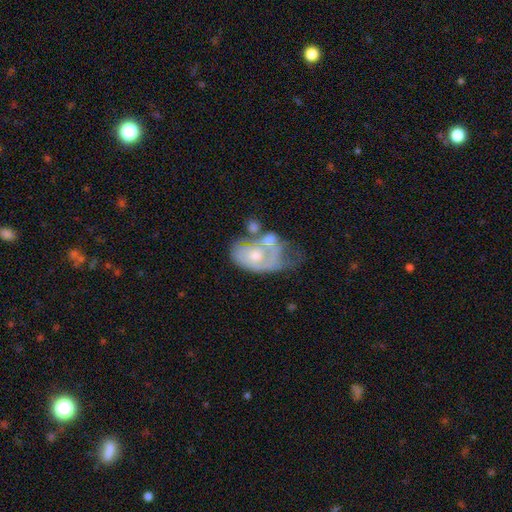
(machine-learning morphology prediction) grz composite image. It shows a featured or disk galaxy (65%) with no bar (83%), spiral arms (52%) and a moderate central bulge (59%). Merging: major disturbance (32%).